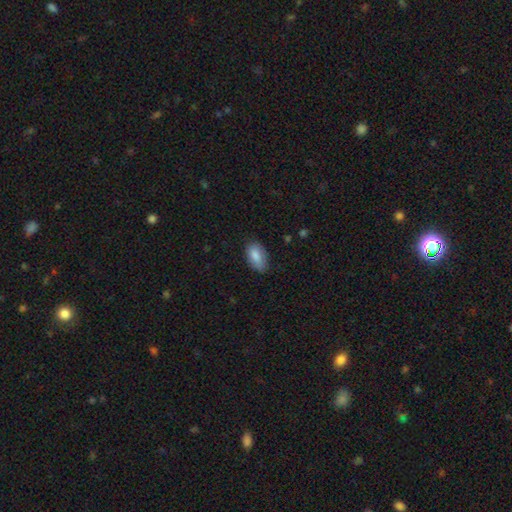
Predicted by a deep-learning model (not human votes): The model was most divided on "merging": none: 73%, minor disturbance: 22%, major disturbance: 4%, merger: 1%. More confident: how rounded — in between (92%); smooth or featured — smooth (85%).